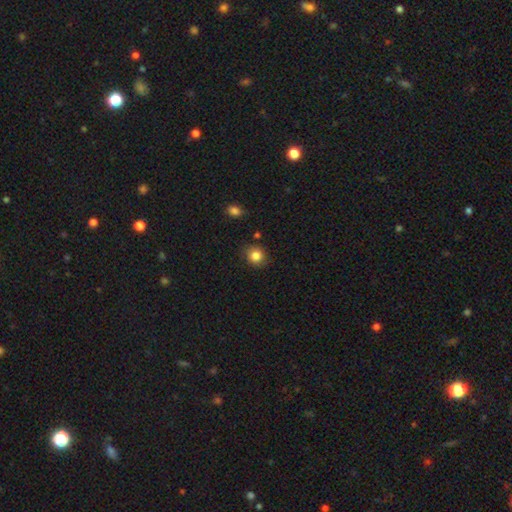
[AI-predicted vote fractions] Smooth or featured: smooth — 84% (star or artifact — 10%)
How rounded: round — 81% (in between — 18%)
Merging: none — 83% (minor disturbance — 12%)